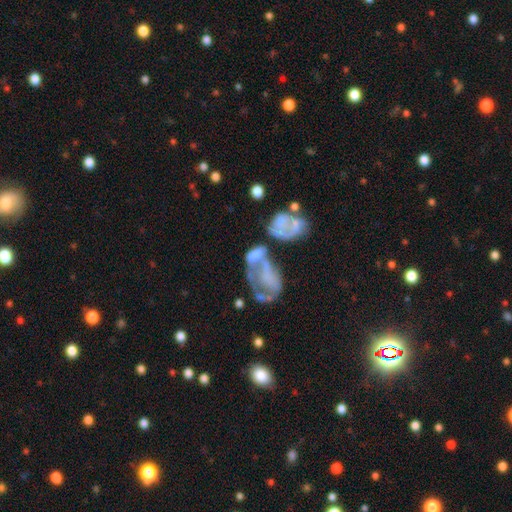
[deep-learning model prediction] A featured or disk galaxy (51%).

Vote fractions:
- Smooth or featured? featured or disk: 51% / smooth: 38% / star or artifact: 11%
- Edge-on disk? no: 96% / yes: 4%
- Merging? merger: 46% / major disturbance: 25% / none: 17% / minor disturbance: 12%